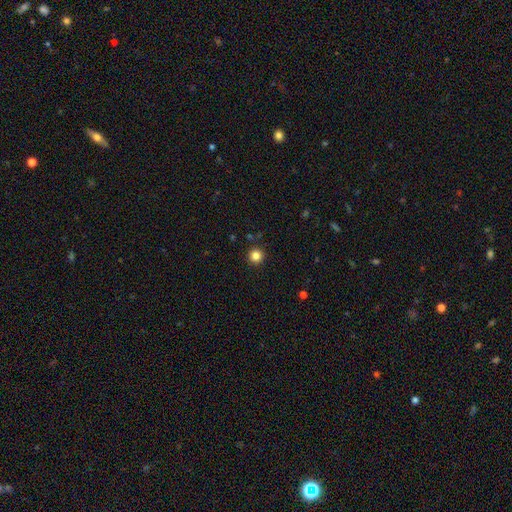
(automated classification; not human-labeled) Smooth or featured: smooth — 84% (star or artifact — 12%)
How rounded: round — 96% (in between — 3%)
Merging: none — 92% (minor disturbance — 5%)